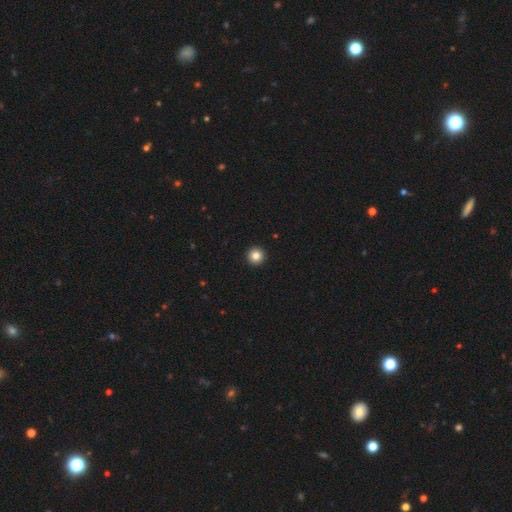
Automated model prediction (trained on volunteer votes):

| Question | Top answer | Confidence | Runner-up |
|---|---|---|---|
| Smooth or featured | smooth | 84% | star or artifact (11%) |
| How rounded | round | 96% | in between (3%) |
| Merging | none | 94% | minor disturbance (3%) |